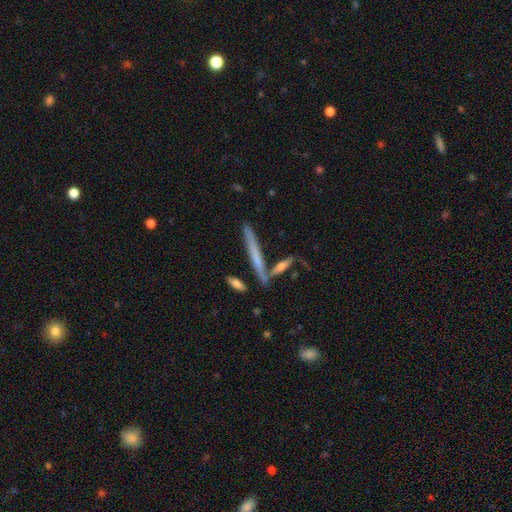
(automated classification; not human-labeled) Overall: featured or disk (46%, tied with smooth). Merging: none (73%).